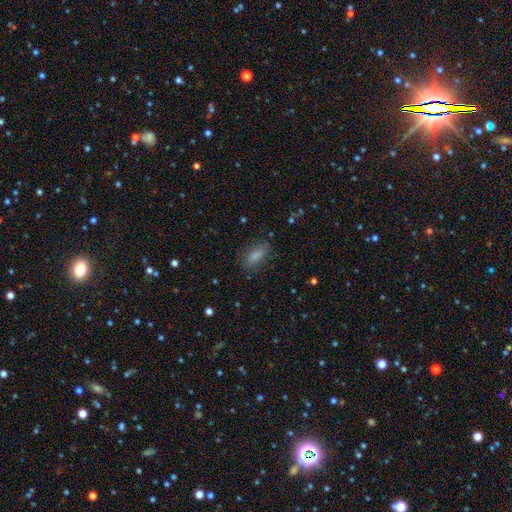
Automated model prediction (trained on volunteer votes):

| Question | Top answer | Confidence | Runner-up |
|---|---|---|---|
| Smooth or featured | smooth | 81% | featured or disk (10%) |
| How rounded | in between | 78% | cigar-shaped (18%) |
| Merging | none | 78% | minor disturbance (15%) |